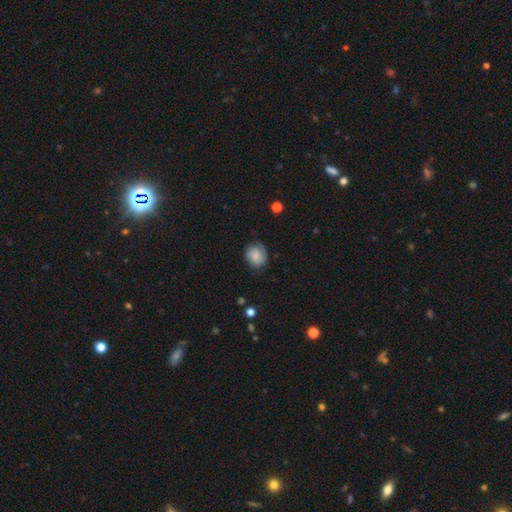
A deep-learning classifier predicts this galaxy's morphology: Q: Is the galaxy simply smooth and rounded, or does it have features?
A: smooth — 58%.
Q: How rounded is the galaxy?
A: round — 64%.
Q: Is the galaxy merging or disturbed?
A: none — 71%.